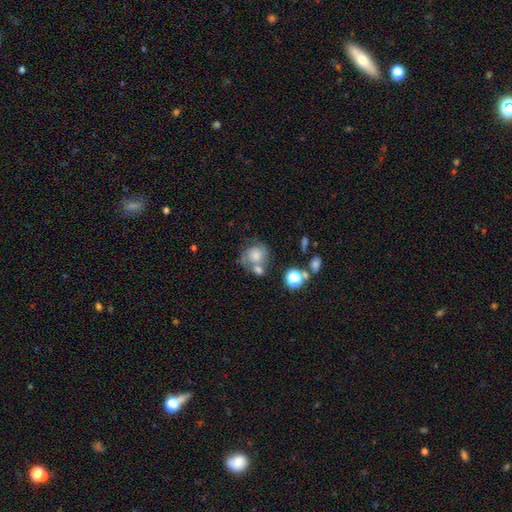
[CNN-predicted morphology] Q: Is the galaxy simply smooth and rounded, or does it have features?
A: featured or disk — 55%.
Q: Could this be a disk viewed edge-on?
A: no — 98%.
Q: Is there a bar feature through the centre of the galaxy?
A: no — 79%.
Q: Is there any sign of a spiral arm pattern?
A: yes — 80%.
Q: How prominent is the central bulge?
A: moderate — 36%.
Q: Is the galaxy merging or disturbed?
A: none — 39%.